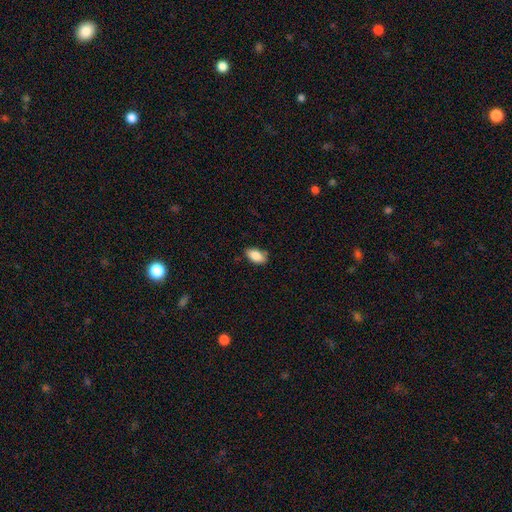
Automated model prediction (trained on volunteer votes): Smooth or featured? smooth (84%)
How rounded? in between (91%)
Merging? none (80%)